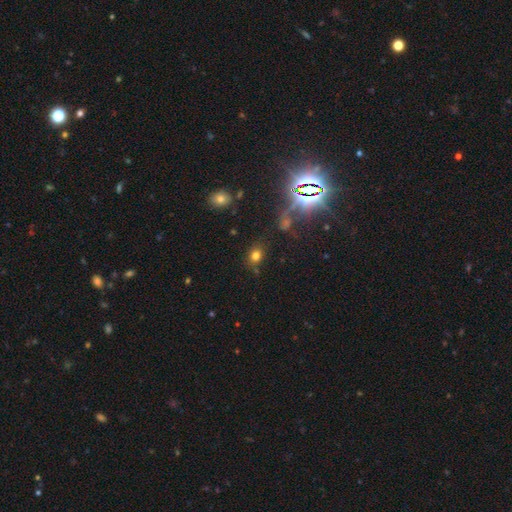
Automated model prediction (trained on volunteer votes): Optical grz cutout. It shows a smooth galaxy with no disk features (70%) that is round (55%). Merging: none (78%).